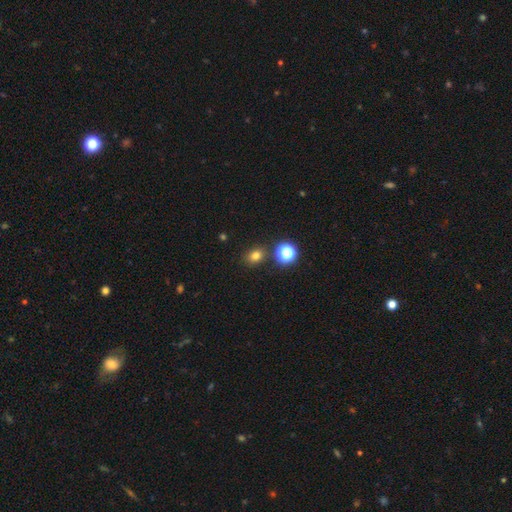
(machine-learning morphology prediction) Q: Smooth or featured?
A: smooth (76%); runner-up: star or artifact (18%)
Q: How rounded?
A: round (55%); runner-up: in between (44%)
Q: Merging?
A: none (82%); runner-up: minor disturbance (9%)